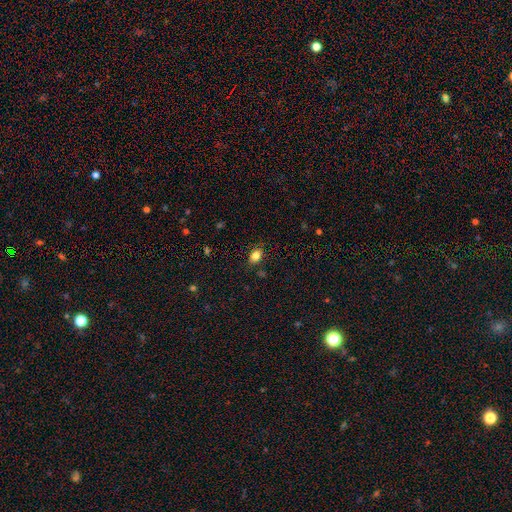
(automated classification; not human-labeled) smooth 82%, star or artifact 11%, featured or disk 7%. Down the decision tree: how rounded — in between (73%); merging — none (85%).